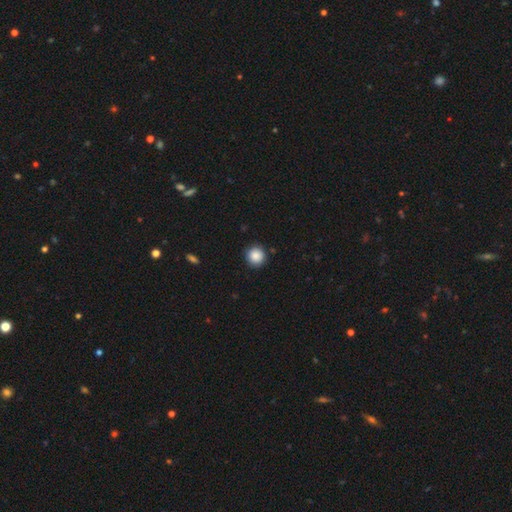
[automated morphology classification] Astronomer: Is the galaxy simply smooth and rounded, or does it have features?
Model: smooth — 88%.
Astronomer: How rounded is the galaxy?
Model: round — 94%.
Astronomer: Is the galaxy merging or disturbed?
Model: none — 90%.